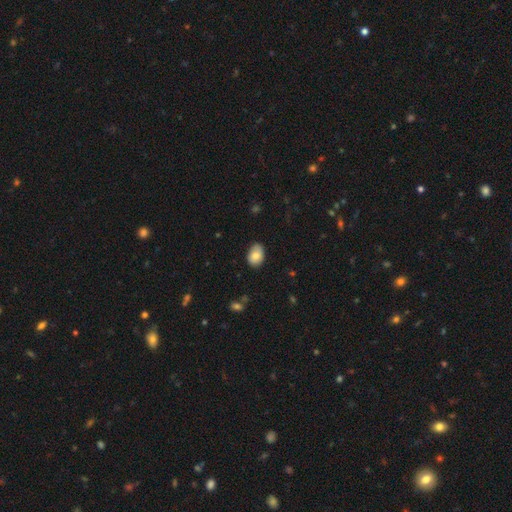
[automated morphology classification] Smooth or featured? Predicted: smooth (p=0.83). How rounded? Predicted: in between (p=0.81). Merging? Predicted: none (p=0.73).